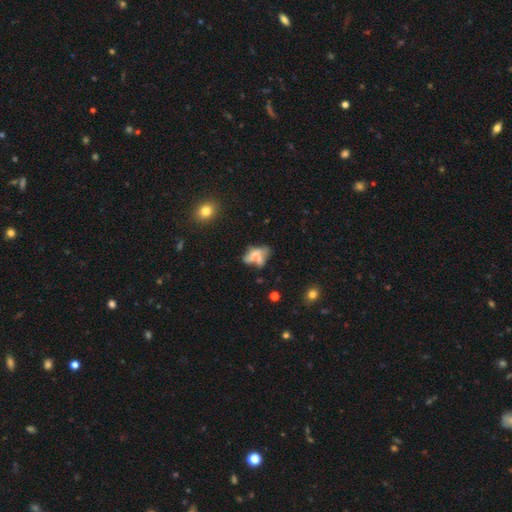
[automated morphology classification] smooth_or_featured: smooth (p=0.48) [alt: featured or disk p=0.39]
merging: merger (p=0.42) [alt: none p=0.26]